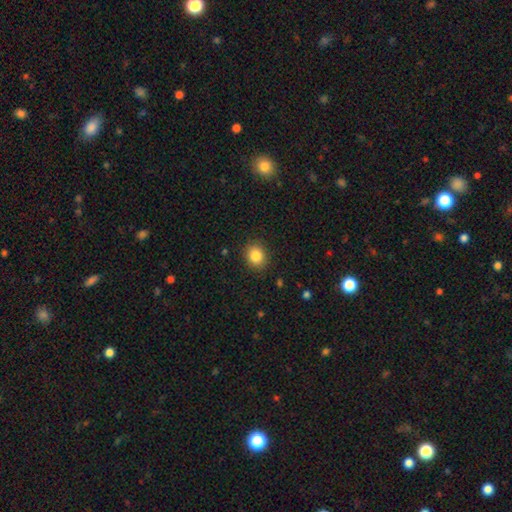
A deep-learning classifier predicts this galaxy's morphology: Smooth or featured?
  - smooth: 85% *
  - star or artifact: 10%
  - featured or disk: 5%
How rounded?
  - round: 67% *
  - in between: 32%
  - cigar-shaped: 1%
Merging?
  - none: 89% *
  - minor disturbance: 8%
  - major disturbance: 2%
  - merger: 1%